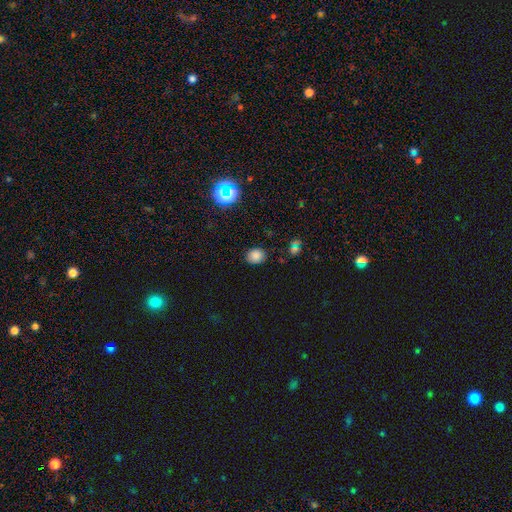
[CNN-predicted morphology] This is likely a smooth galaxy (78%). How rounded: likely round (64%). Merging: clearly none (85%).